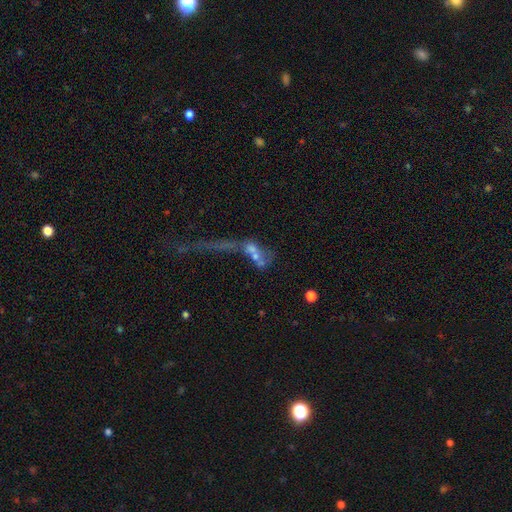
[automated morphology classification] smooth-or-featured: featured or disk: 46% | smooth: 34% | star or artifact: 20%
  merging: merger: 57% | major disturbance: 23% | none: 14% | minor disturbance: 6%